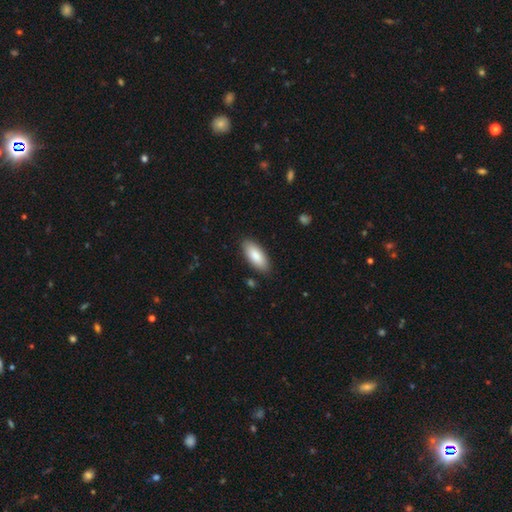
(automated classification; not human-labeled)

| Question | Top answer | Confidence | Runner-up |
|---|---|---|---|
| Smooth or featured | smooth | 86% | featured or disk (9%) |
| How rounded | in between | 82% | cigar-shaped (16%) |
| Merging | none | 87% | minor disturbance (10%) |